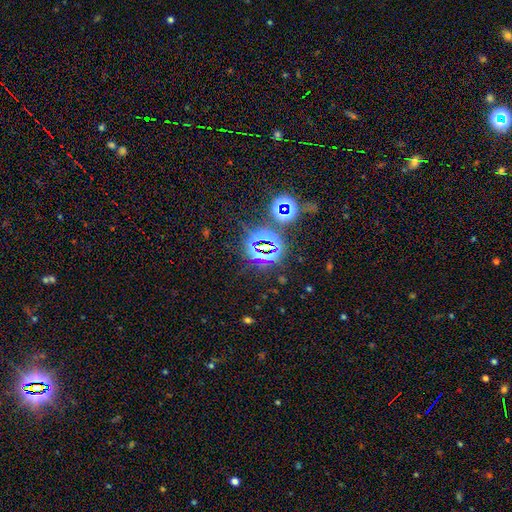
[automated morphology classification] This is clearly a star or artifact rather than a galaxy (80%).